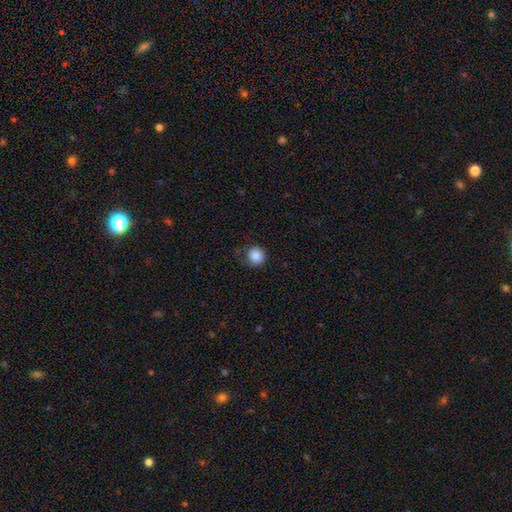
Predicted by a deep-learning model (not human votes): This appears to be a smooth galaxy with no disk features (86%) that is round (91%). Merging: none (71%).